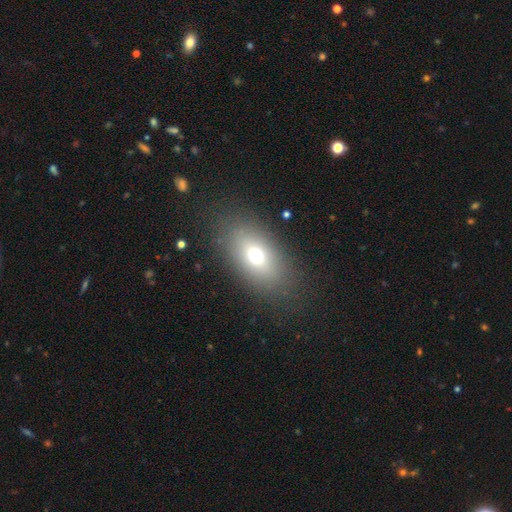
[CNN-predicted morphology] The model was most divided on "smooth or featured": smooth: 69%, featured or disk: 17%, star or artifact: 14%. More confident: how rounded — in between (82%); merging — none (82%).